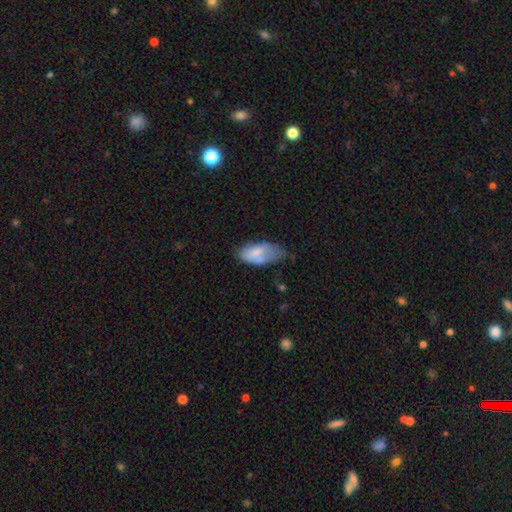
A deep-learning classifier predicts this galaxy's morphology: Q: Smooth or featured?
A: smooth (71%); runner-up: featured or disk (21%)
Q: How rounded?
A: in between (91%); runner-up: cigar-shaped (7%)
Q: Merging?
A: minor disturbance (40%); runner-up: none (34%)